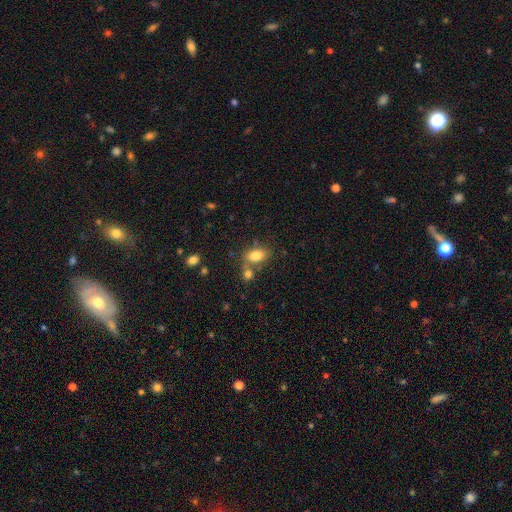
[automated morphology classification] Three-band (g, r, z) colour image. It shows a smooth galaxy with no disk features (82%) that is in between round and cigar-shaped (84%). Merging: none (54%).